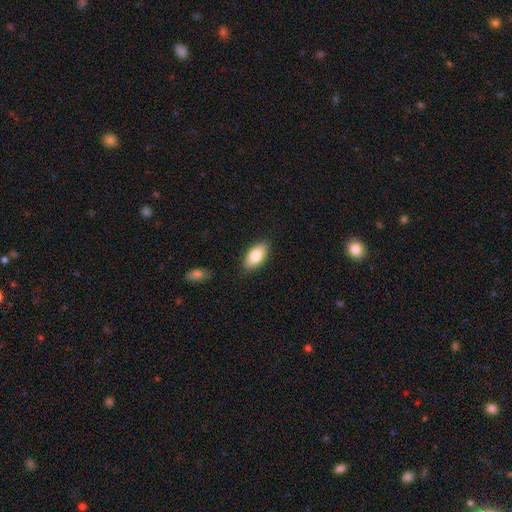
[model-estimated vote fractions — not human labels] A smooth galaxy with no disk features (80%) that is in between round and cigar-shaped (91%).

Vote fractions:
- Smooth or featured? smooth: 80% / featured or disk: 14% / star or artifact: 6%
- How rounded? in between: 91% / cigar-shaped: 5% / round: 3%
- Merging? none: 86% / minor disturbance: 10% / major disturbance: 2% / merger: 1%